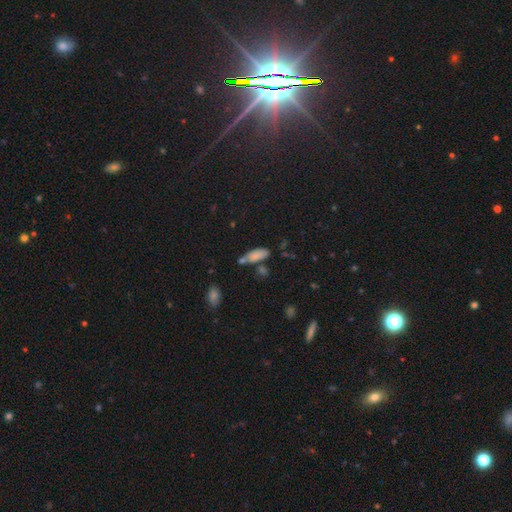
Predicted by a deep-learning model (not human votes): smooth_or_featured: smooth (p=0.81) [alt: featured or disk p=0.10]
how_rounded: in between (p=0.72) [alt: cigar-shaped p=0.26]
merging: none (p=0.53) [alt: merger p=0.21]